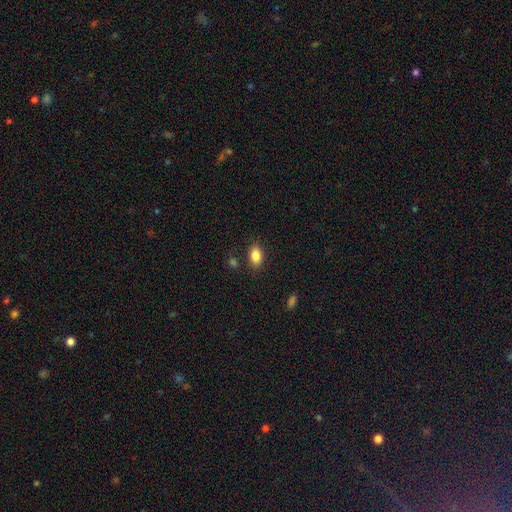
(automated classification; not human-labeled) This appears to be a smooth galaxy with no disk features (85%) that is in between round and cigar-shaped (83%). Merging: none (83%).